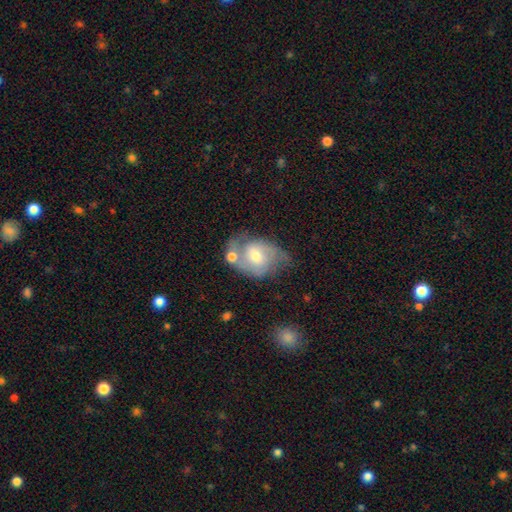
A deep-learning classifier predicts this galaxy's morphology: Smooth or featured? featured or disk (65%)
Edge-on disk? no (96%)
Bar? no (46%)
Spiral arms? yes (84%)
Spiral winding? medium (50%)
Spiral arm count? 2 (80%)
Bulge size? moderate (55%)
Merging? none (42%)